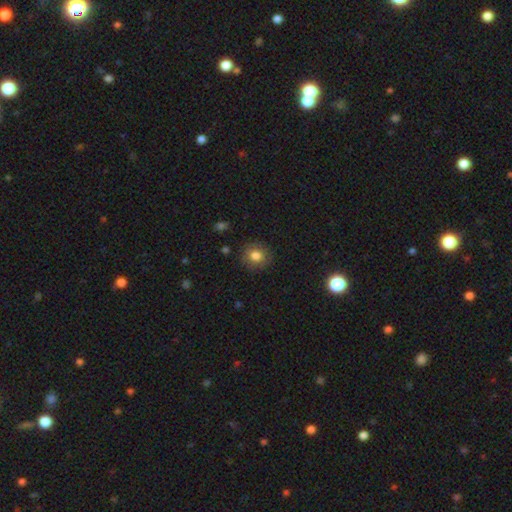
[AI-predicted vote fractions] smooth_or_featured: smooth (p=0.80) [alt: star or artifact p=0.11]
how_rounded: round (p=0.85) [alt: in between p=0.14]
merging: none (p=0.87) [alt: minor disturbance p=0.09]